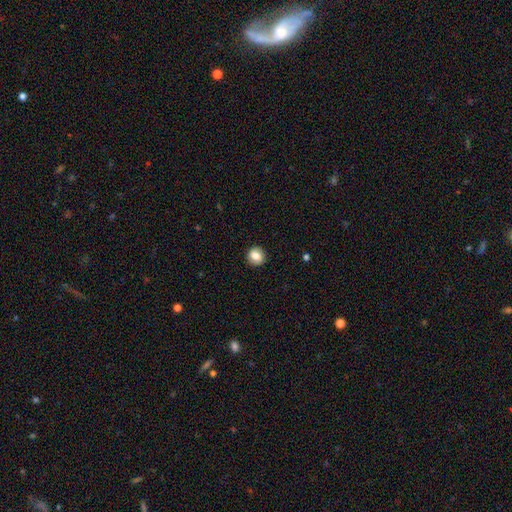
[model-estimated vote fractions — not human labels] This is clearly a smooth galaxy (81%). How rounded: clearly round (87%). Merging: clearly none (90%).